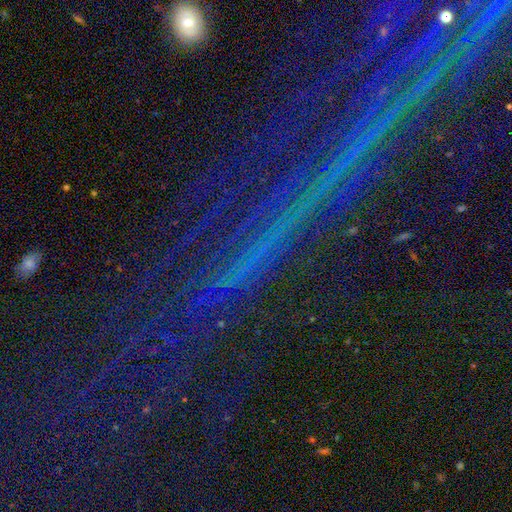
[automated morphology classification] Smooth or featured?
  - star or artifact: 83% *
  - featured or disk: 9%
  - smooth: 7%